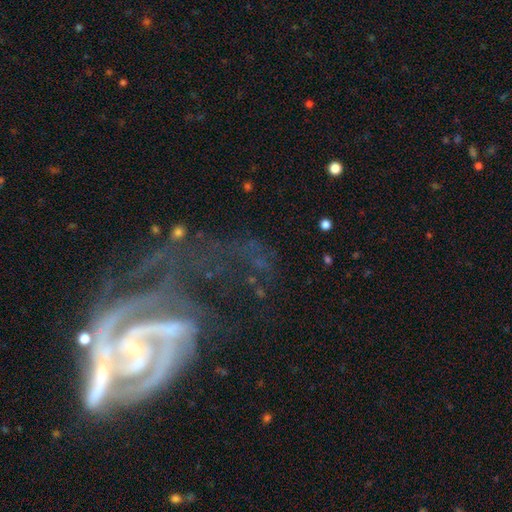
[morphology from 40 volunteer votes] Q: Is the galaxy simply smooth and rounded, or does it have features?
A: featured or disk — 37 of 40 (92%).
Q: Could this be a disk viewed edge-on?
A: no — 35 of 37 (95%).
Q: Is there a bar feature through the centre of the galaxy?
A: weak — 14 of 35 (40%, tied with no).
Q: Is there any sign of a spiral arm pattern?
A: yes — 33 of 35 (94%).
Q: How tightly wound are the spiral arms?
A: medium — 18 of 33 (55%).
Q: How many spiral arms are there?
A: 2 — 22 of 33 (67%).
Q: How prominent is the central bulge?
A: small — 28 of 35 (80%).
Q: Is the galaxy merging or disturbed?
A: major disturbance — 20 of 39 (51%).